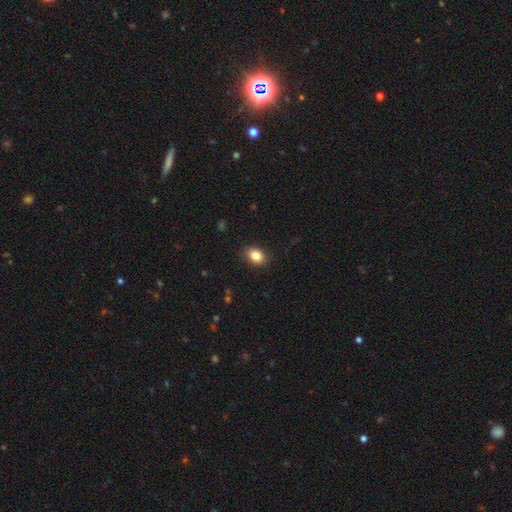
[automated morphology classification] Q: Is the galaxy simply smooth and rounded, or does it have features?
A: smooth — 86%.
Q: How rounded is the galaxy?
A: in between — 76%.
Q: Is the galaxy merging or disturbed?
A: none — 88%.